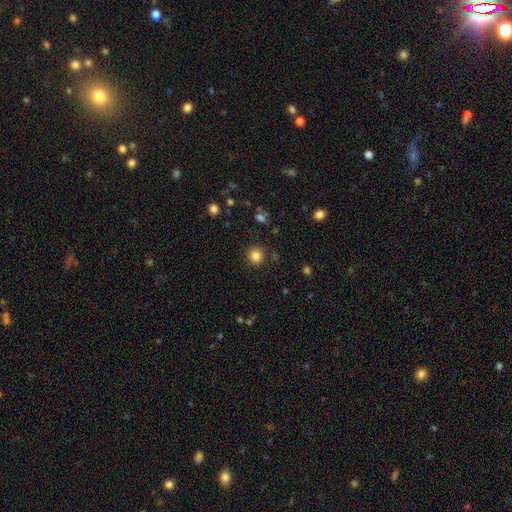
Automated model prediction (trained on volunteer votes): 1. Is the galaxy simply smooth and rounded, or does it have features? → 84% smooth, 12% star or artifact, 4% featured or disk.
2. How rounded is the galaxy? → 92% round, 7% in between, 1% cigar-shaped.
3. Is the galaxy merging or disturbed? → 89% none, 7% minor disturbance, 3% major disturbance, 2% merger.